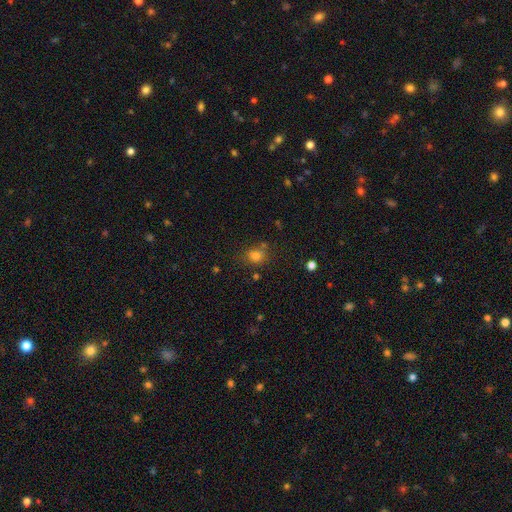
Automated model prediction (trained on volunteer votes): Smooth or featured? Predicted: smooth (p=0.77). How rounded? Predicted: round (p=0.68). Merging? Predicted: none (p=0.67).